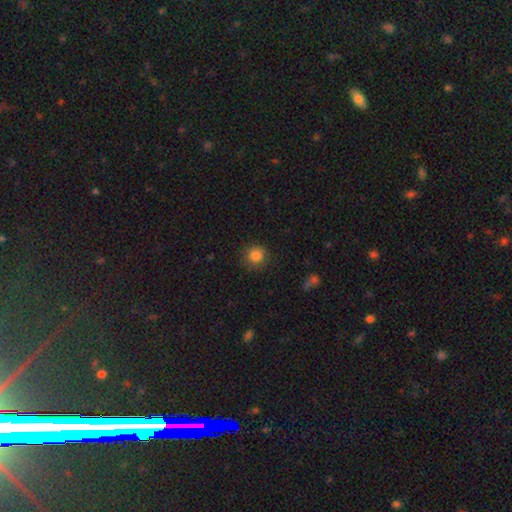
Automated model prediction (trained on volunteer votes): smooth_or_featured: smooth (p=0.84) [alt: star or artifact p=0.11]
how_rounded: round (p=0.91) [alt: in between p=0.08]
merging: none (p=0.87) [alt: minor disturbance p=0.09]